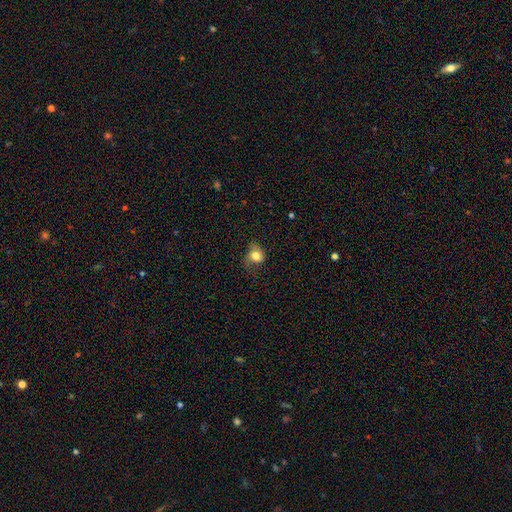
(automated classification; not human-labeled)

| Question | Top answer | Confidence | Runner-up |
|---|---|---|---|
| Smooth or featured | smooth | 74% | featured or disk (16%) |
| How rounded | round | 51% | in between (47%) |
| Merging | none | 43% | minor disturbance (31%) |